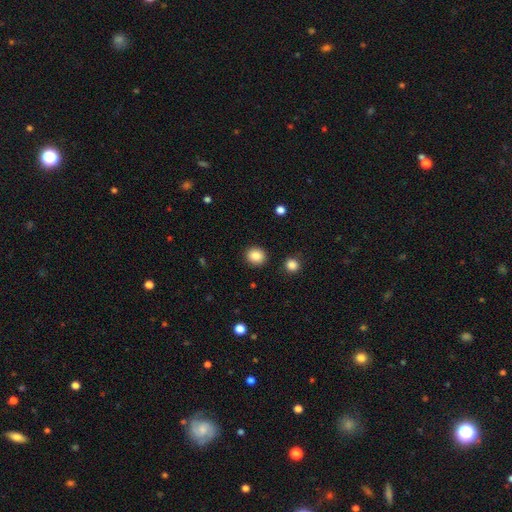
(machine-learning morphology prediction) A smooth galaxy with no disk features (86%) that is round (83%). Merging: none (91%).